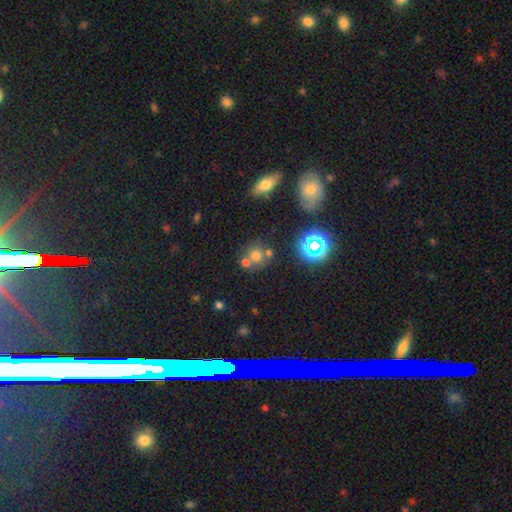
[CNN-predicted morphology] type=smooth (62%); roundness=round (85%); merging=none (55%).